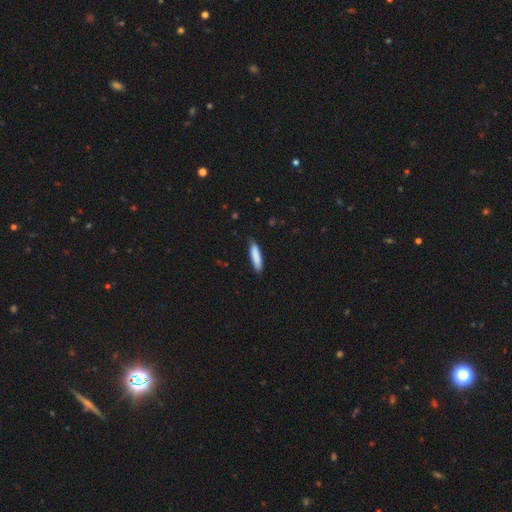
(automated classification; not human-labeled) Smooth or featured?
  - smooth: 87% *
  - featured or disk: 8%
  - star or artifact: 6%
How rounded?
  - cigar-shaped: 78% *
  - in between: 21%
  - round: 1%
Merging?
  - none: 84% *
  - minor disturbance: 13%
  - major disturbance: 2%
  - merger: 1%